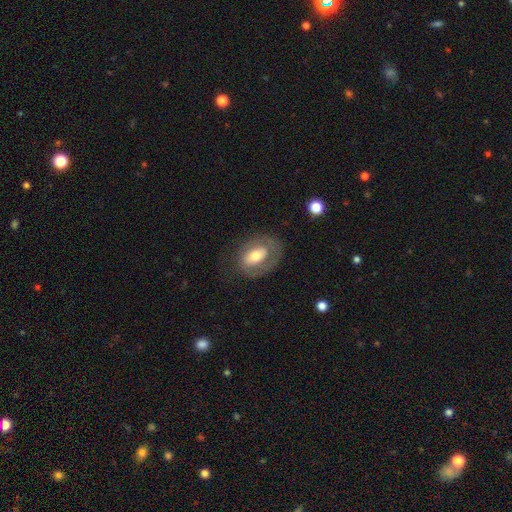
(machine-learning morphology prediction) A featured or disk galaxy (52%).

Vote fractions:
- Smooth or featured? featured or disk: 52% / smooth: 41% / star or artifact: 7%
- Edge-on disk? no: 93% / yes: 7%
- Merging? none: 62% / minor disturbance: 20% / major disturbance: 17% / merger: 2%